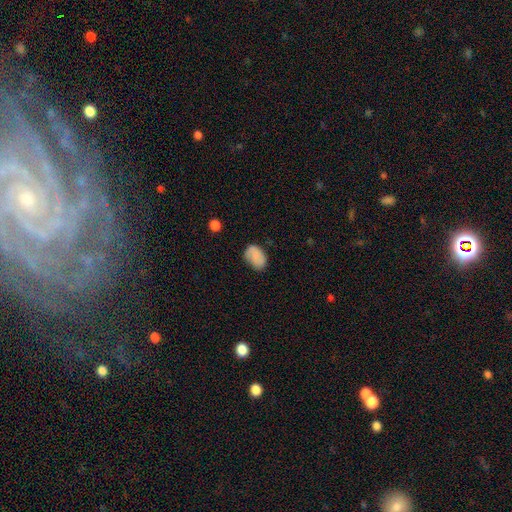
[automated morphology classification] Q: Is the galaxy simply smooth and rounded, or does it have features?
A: smooth — 80%.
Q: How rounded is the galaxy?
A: in between — 85%.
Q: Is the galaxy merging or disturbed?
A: none — 62%.